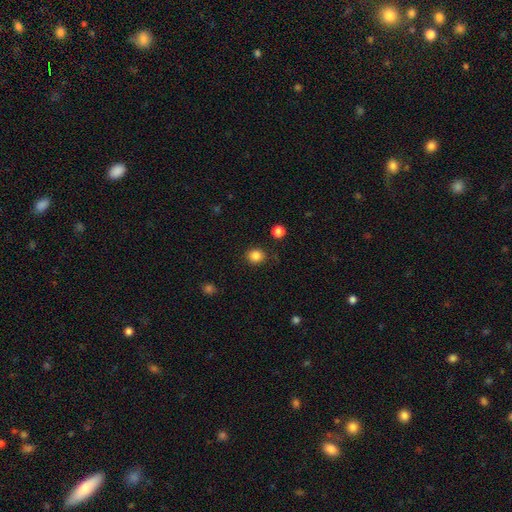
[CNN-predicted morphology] This appears to be a smooth galaxy with no disk features (85%) that is round (83%). Merging: none (87%).